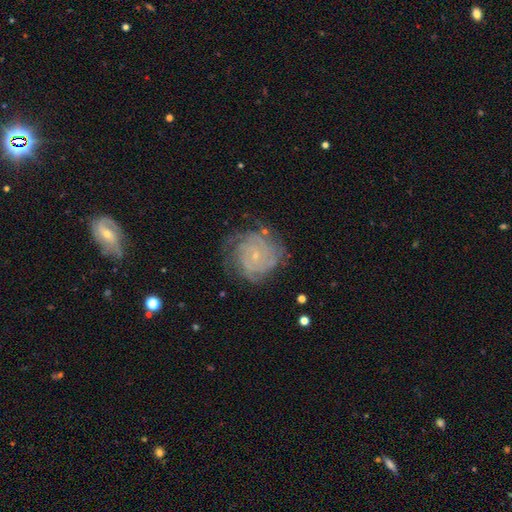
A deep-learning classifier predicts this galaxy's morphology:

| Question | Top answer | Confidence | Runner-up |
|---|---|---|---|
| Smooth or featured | featured or disk | 84% | smooth (9%) |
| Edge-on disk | no | 98% | yes (2%) |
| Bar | no | 73% | weak (23%) |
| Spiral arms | yes | 96% | no (4%) |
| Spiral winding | tight | 76% | medium (20%) |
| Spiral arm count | can't tell | 32% | 3 (20%) |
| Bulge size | small | 84% | moderate (10%) |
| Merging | none | 69% | minor disturbance (19%) |